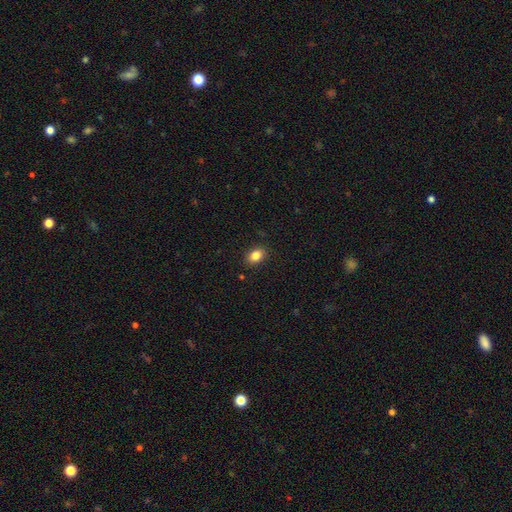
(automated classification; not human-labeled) A smooth galaxy with no disk features (85%) that is in between round and cigar-shaped (79%).

Vote fractions:
- Smooth or featured? smooth: 85% / star or artifact: 9% / featured or disk: 6%
- How rounded? in between: 79% / round: 20% / cigar-shaped: 1%
- Merging? none: 88% / minor disturbance: 9% / major disturbance: 2% / merger: 1%